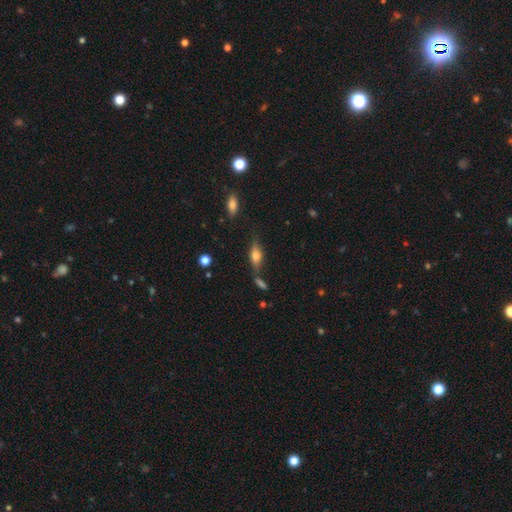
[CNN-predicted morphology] This is possibly a smooth galaxy (55%). How rounded: likely in between (70%). Merging: likely none (67%).